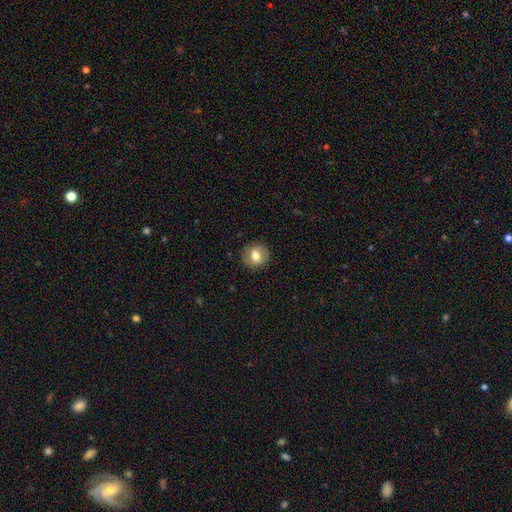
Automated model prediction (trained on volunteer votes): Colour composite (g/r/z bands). It shows a smooth galaxy with no disk features (73%) that is round (82%). Merging: none (88%).